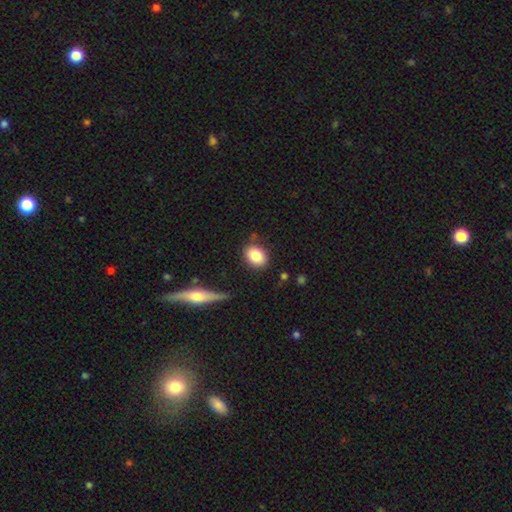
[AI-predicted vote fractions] smooth_or_featured: smooth (p=0.84) [alt: featured or disk p=0.08]
how_rounded: in between (p=0.65) [alt: round p=0.34]
merging: none (p=0.81) [alt: minor disturbance p=0.12]